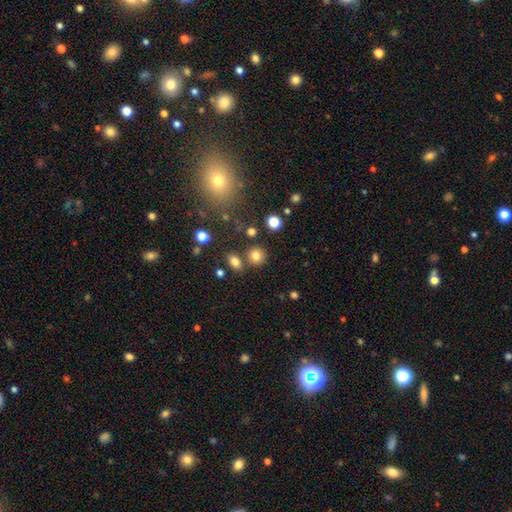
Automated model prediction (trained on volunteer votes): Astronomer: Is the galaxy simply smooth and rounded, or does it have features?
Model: smooth — 80%.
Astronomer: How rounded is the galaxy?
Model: round — 85%.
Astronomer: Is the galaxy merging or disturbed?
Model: none — 76%.